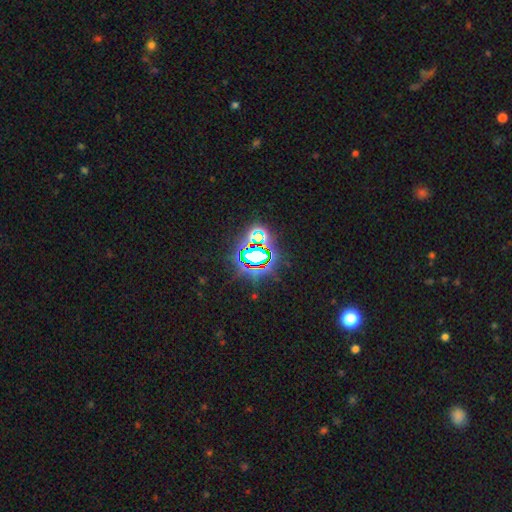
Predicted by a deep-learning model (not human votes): A star or artifact, not a galaxy (74%).

Vote fractions:
- Smooth or featured? star or artifact: 74% / smooth: 15% / featured or disk: 11%